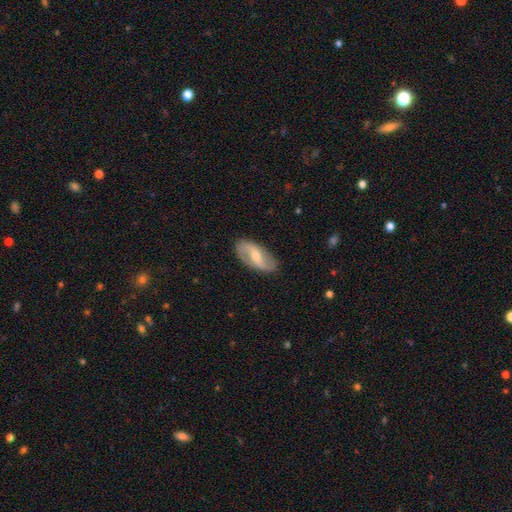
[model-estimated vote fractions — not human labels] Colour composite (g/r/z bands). It shows a featured or disk galaxy (77%) with a weak bar (42%), 2 (91%) loose (57%) spiral arms (88%) and a small central bulge (49%). Merging: none (85%).